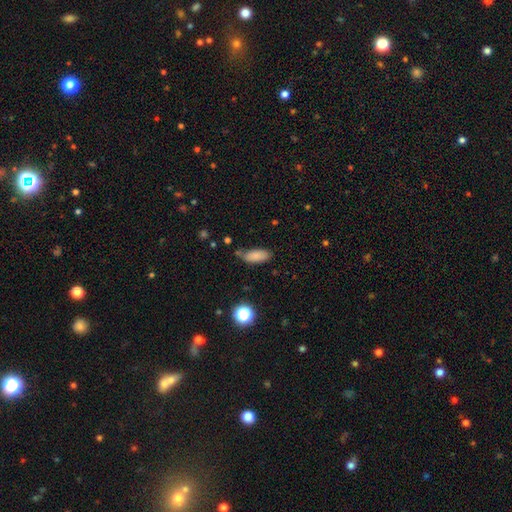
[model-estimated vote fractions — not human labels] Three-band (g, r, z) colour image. It shows a smooth galaxy with no disk features (83%) that is in between round and cigar-shaped (81%). Merging: none (61%).